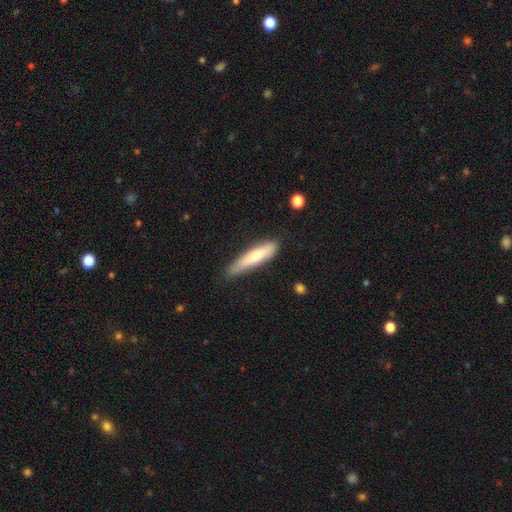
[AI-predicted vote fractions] Smooth or featured?
  - smooth: 64% *
  - featured or disk: 30%
  - star or artifact: 6%
How rounded?
  - cigar-shaped: 83% *
  - in between: 15%
  - round: 1%
Merging?
  - none: 73% *
  - minor disturbance: 20%
  - major disturbance: 4%
  - merger: 2%